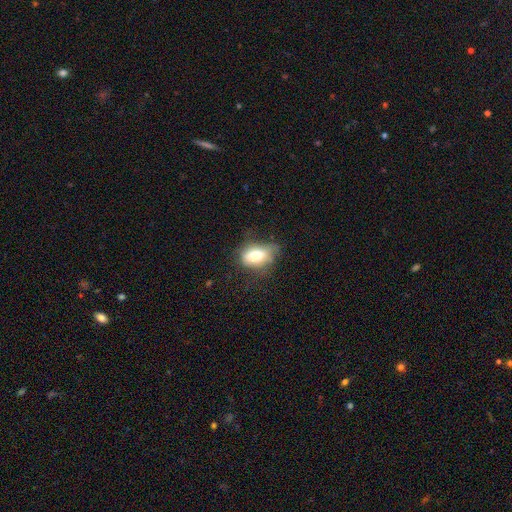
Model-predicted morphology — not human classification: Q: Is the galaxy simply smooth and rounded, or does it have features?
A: smooth — 73%.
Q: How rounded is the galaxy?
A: in between — 86%.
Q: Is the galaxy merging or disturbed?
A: none — 46%.